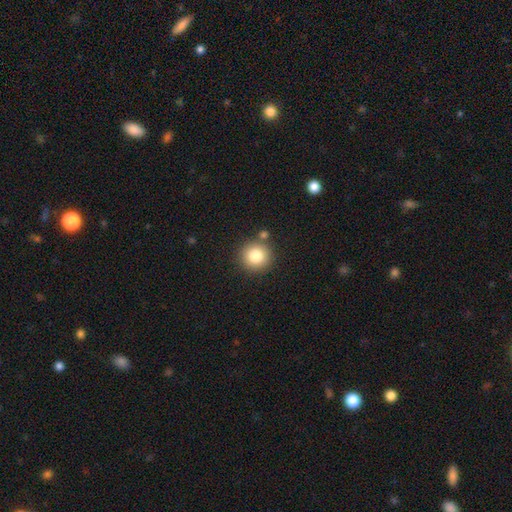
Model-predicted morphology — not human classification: smooth 82%, star or artifact 10%, featured or disk 8%. Down the decision tree: how rounded — round (94%); merging — none (81%).